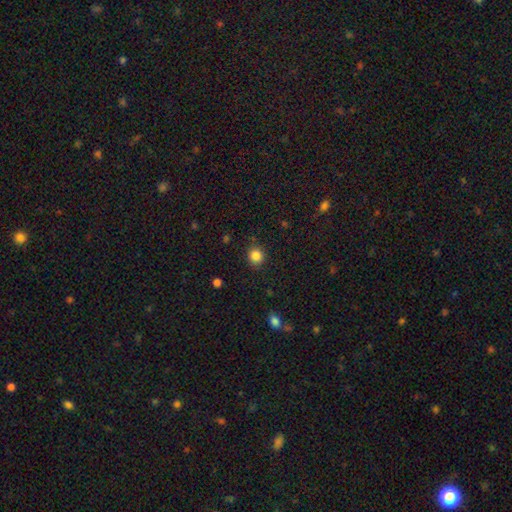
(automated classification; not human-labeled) This appears to be a smooth galaxy with no disk features (85%) that is round (87%). Merging: none (89%).